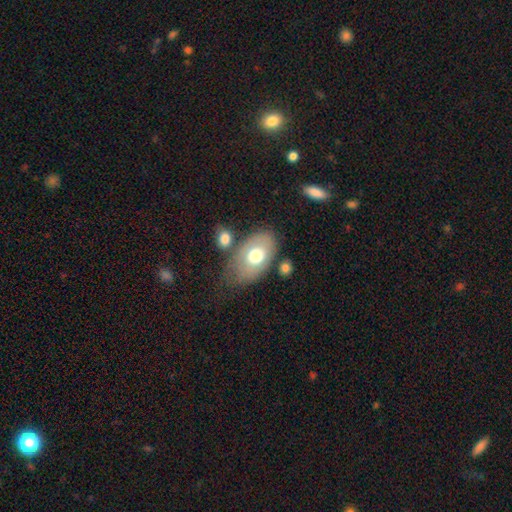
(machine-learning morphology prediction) The model was most divided on "merging": none: 56%, minor disturbance: 22%, merger: 13%, major disturbance: 10%. More confident: how rounded — in between (91%); smooth or featured — smooth (65%).